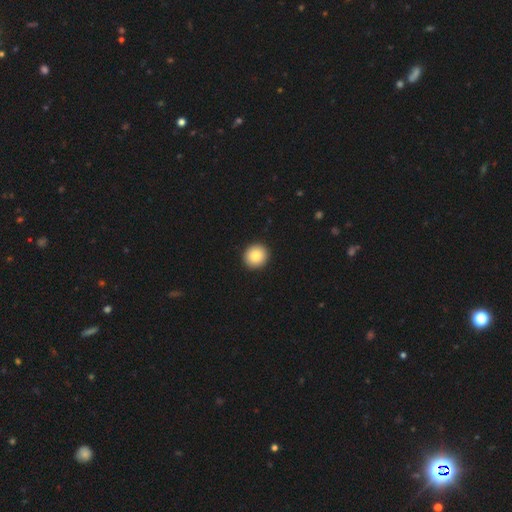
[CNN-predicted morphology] type=smooth (87%); roundness=round (90%); merging=none (93%).